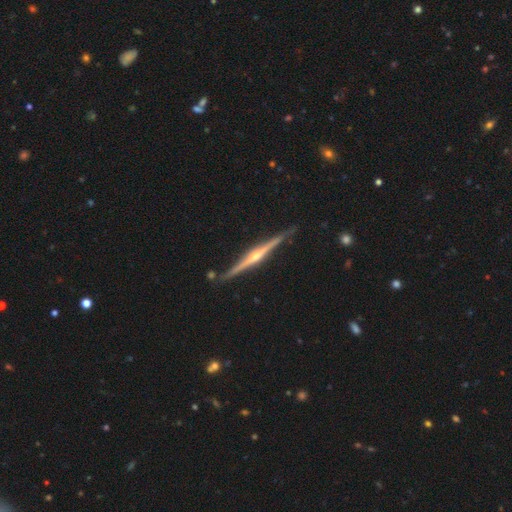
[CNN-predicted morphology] A featured or disk galaxy (86%) viewed edge-on (98%) with a rounded central bulge (85%).

Vote fractions:
- Smooth or featured? featured or disk: 86% / smooth: 10% / star or artifact: 5%
- Edge-on disk? yes: 98% / no: 2%
- Edge-on bulge? rounded: 85% / none: 9% / boxy: 6%
- Merging? none: 86% / minor disturbance: 10% / merger: 2% / major disturbance: 2%